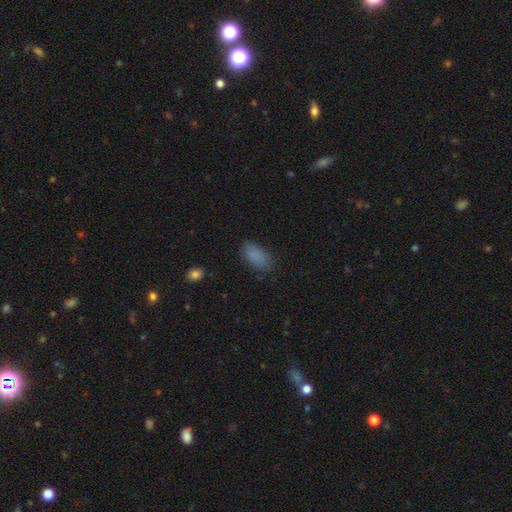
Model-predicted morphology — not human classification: This appears to be a smooth galaxy with no disk features (86%) that is in between round and cigar-shaped (92%). Merging: none (80%).